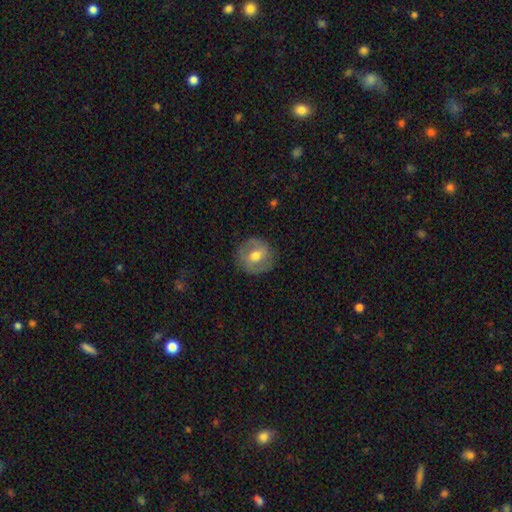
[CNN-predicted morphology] Q: Smooth or featured?
A: smooth (46%); tied with: featured or disk (46%)
Q: Merging?
A: none (85%); runner-up: minor disturbance (11%)